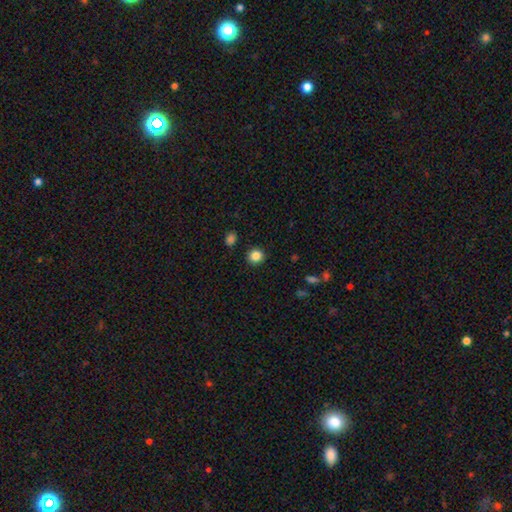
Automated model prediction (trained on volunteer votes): Smooth or featured?
  - smooth: 85% *
  - star or artifact: 11%
  - featured or disk: 4%
How rounded?
  - round: 90% *
  - in between: 9%
  - cigar-shaped: 1%
Merging?
  - none: 91% *
  - minor disturbance: 5%
  - major disturbance: 2%
  - merger: 2%